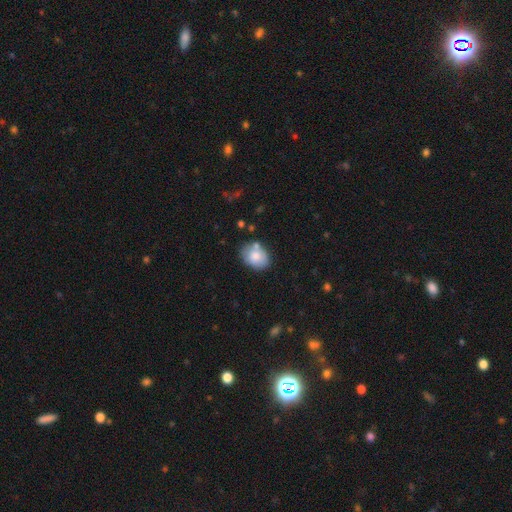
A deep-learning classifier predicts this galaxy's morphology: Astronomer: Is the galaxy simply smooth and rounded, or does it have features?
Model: smooth — 78%.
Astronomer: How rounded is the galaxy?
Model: in between — 65%.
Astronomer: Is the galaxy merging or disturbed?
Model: none — 66%.